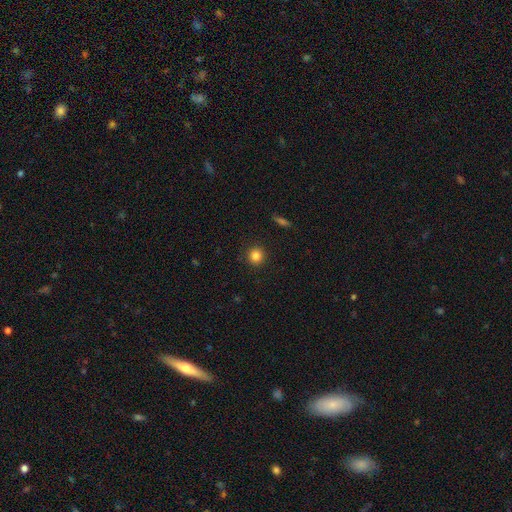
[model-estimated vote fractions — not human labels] Overall: smooth (84%). How rounded: round (93%). Merging: none (92%).